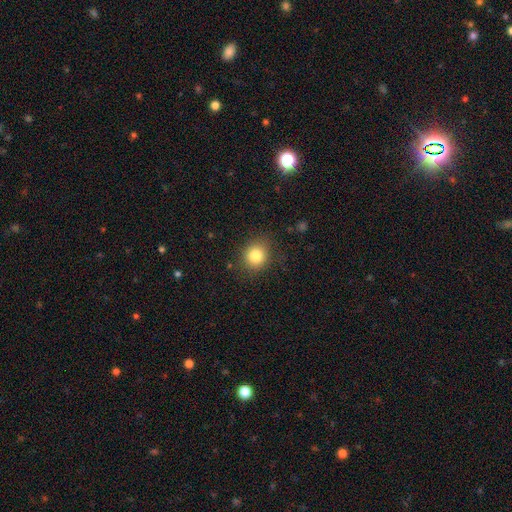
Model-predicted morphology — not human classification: Smooth or featured? Predicted: smooth (p=0.81). How rounded? Predicted: round (p=0.74). Merging? Predicted: none (p=0.85).